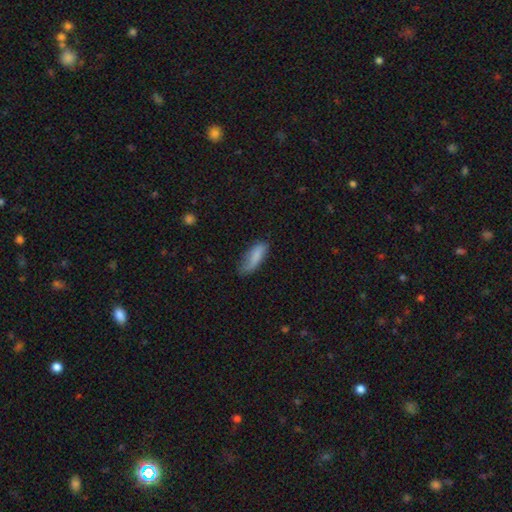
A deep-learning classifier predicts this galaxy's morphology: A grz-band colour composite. It shows a smooth galaxy with no disk features (80%) that is in between round and cigar-shaped (68%). Merging: none (53%).